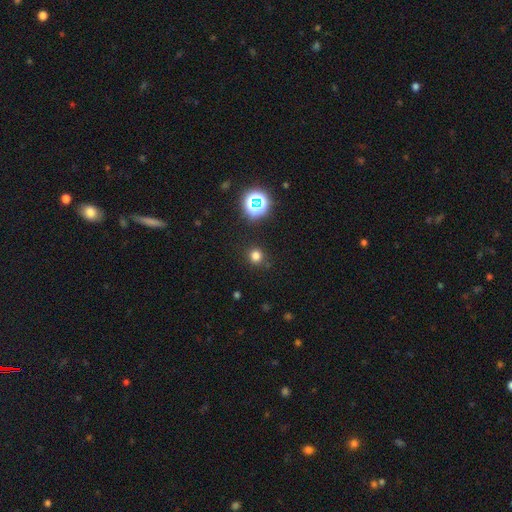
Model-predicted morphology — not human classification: Smooth or featured: smooth — 75% (star or artifact — 20%)
How rounded: round — 90% (in between — 9%)
Merging: none — 87% (minor disturbance — 8%)